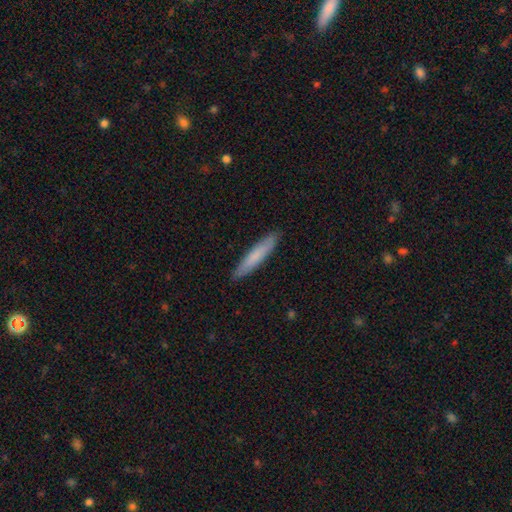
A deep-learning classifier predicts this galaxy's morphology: smooth-or-featured: smooth: 76% | featured or disk: 19% | star or artifact: 5%
  how-rounded: cigar-shaped: 92% | in between: 7% | round: 1%
  merging: none: 90% | minor disturbance: 8% | major disturbance: 1% | merger: 1%